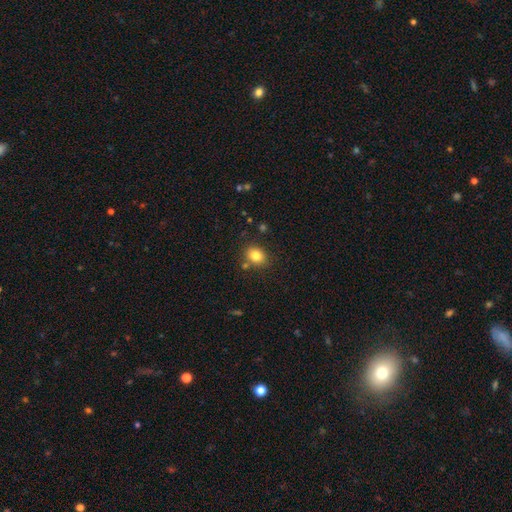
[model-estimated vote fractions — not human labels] smooth_or_featured: smooth (p=0.82) [alt: star or artifact p=0.10]
how_rounded: in between (p=0.50) [alt: round p=0.49]
merging: none (p=0.79) [alt: minor disturbance p=0.11]